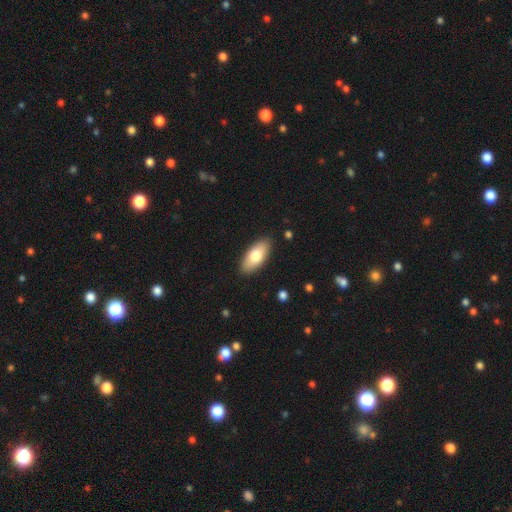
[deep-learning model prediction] Smooth or featured: smooth — 75% (featured or disk — 19%)
How rounded: in between — 87% (cigar-shaped — 10%)
Merging: none — 89% (minor disturbance — 8%)